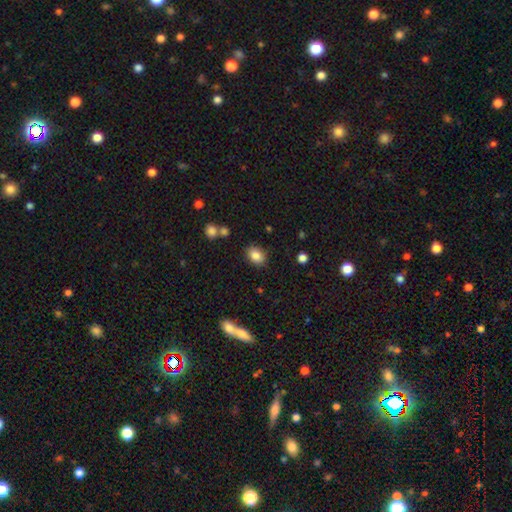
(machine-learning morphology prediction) Smooth or featured: smooth — 85% (star or artifact — 9%)
How rounded: in between — 69% (round — 30%)
Merging: none — 84% (minor disturbance — 11%)